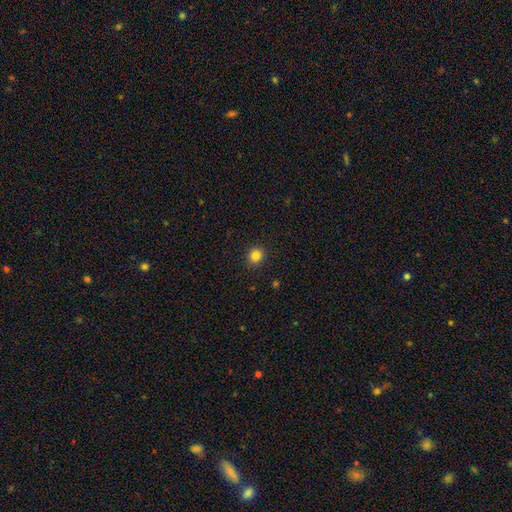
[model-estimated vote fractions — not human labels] A smooth galaxy with no disk features (83%) that is round (81%). Merging: none (91%).